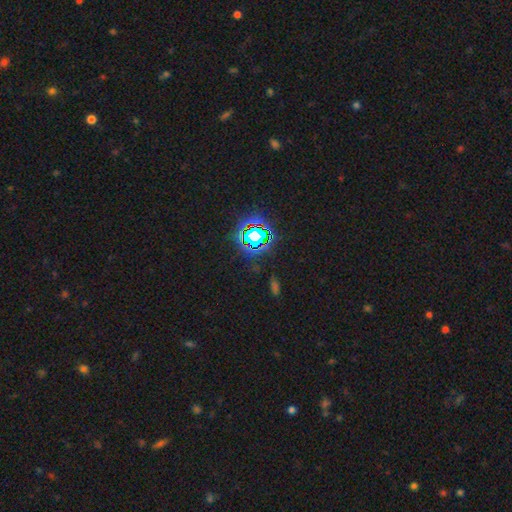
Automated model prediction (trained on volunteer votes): Q: Smooth or featured?
A: star or artifact (80%); runner-up: smooth (13%)